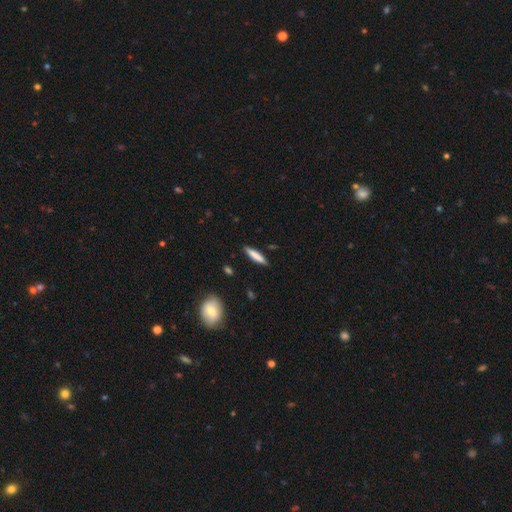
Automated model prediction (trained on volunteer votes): This appears to be a smooth galaxy with no disk features (78%) that is cigar-shaped (83%). Merging: none (87%).